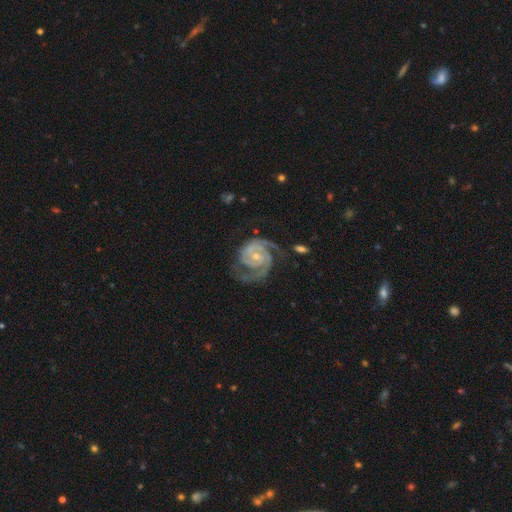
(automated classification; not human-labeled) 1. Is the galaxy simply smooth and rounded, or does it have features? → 93% featured or disk, 4% star or artifact, 4% smooth.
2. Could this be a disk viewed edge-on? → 98% no, 2% yes.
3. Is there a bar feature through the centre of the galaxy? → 57% no, 33% weak, 10% strong.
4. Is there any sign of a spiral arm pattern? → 98% yes, 2% no.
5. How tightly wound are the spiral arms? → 59% tight, 36% medium, 5% loose.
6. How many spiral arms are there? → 81% 2, 10% 3, 4% can't tell, 2% 1, 2% 4, 2% more than 4.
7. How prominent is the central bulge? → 64% small, 32% moderate, 2% none, 1% large, 1% dominant.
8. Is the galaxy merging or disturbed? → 69% none, 19% minor disturbance, 10% major disturbance, 2% merger.